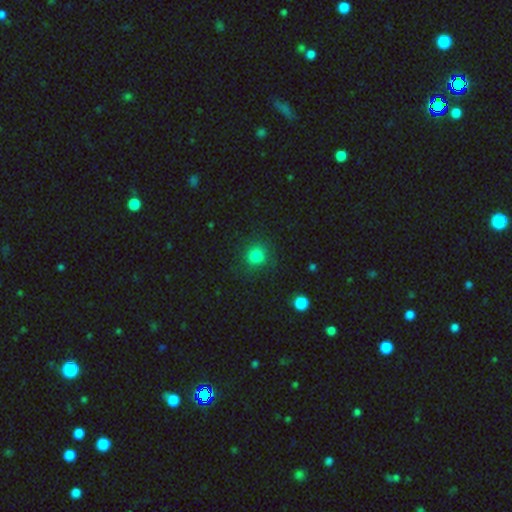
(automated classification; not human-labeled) Q: Smooth or featured?
A: smooth (78%); runner-up: star or artifact (14%)
Q: How rounded?
A: round (87%); runner-up: in between (12%)
Q: Merging?
A: none (80%); runner-up: minor disturbance (12%)